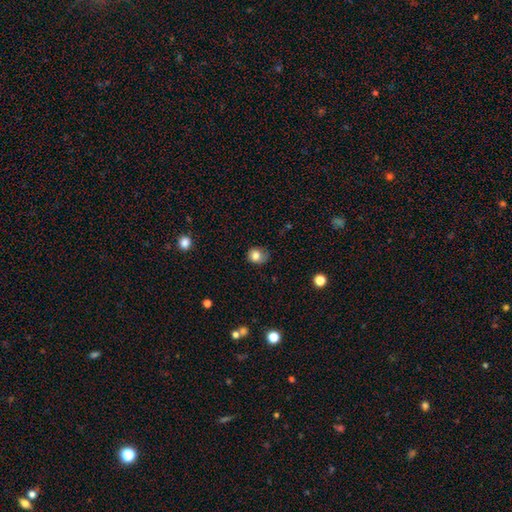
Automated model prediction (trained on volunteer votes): Smooth or featured? smooth (81%)
How rounded? round (66%)
Merging? none (59%)